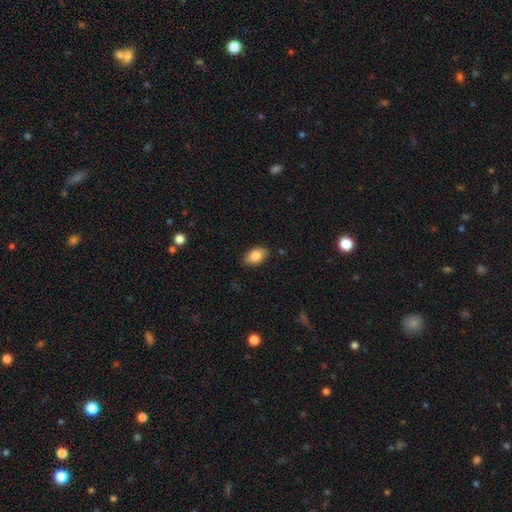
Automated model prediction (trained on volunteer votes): Smooth or featured: smooth — 84% (featured or disk — 9%)
How rounded: in between — 92% (round — 6%)
Merging: none — 87% (minor disturbance — 10%)